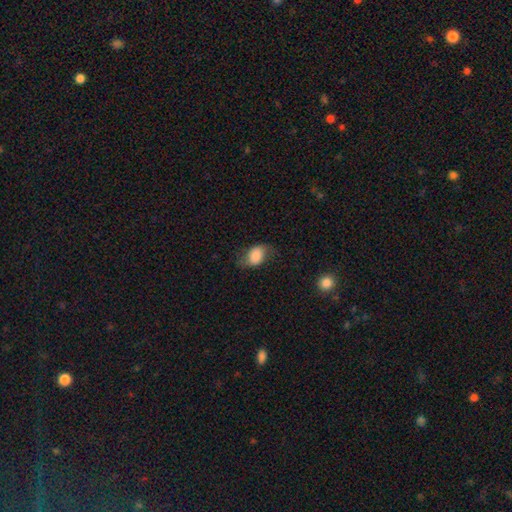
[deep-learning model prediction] This appears to be a smooth galaxy with no disk features (77%) that is in between round and cigar-shaped (78%). Merging: none (62%).